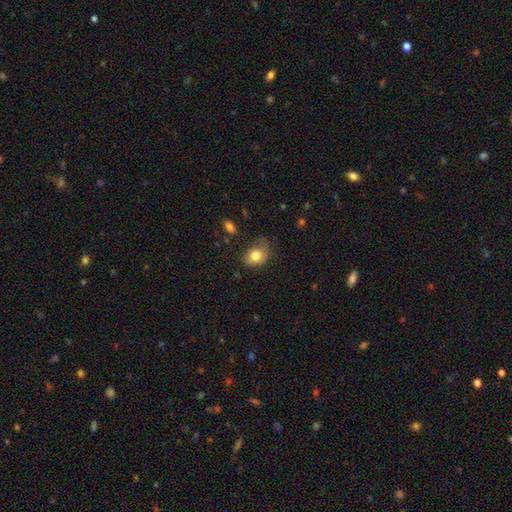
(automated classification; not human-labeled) smooth 80%, featured or disk 10%, star or artifact 9%. Down the decision tree: how rounded — in between (63%); merging — none (57%).